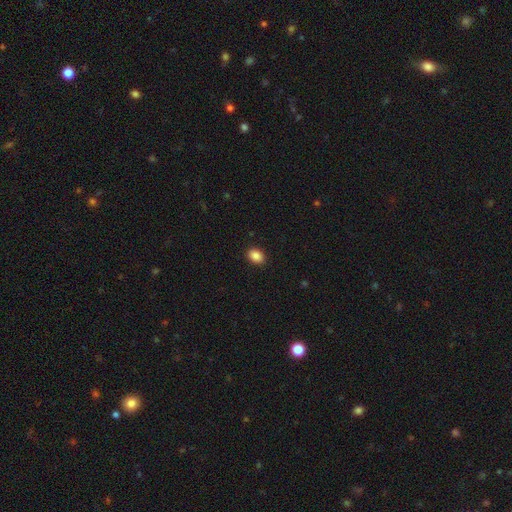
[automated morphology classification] smooth_or_featured: smooth (p=0.88) [alt: star or artifact p=0.09]
how_rounded: in between (p=0.72) [alt: round p=0.27]
merging: none (p=0.91) [alt: minor disturbance p=0.06]